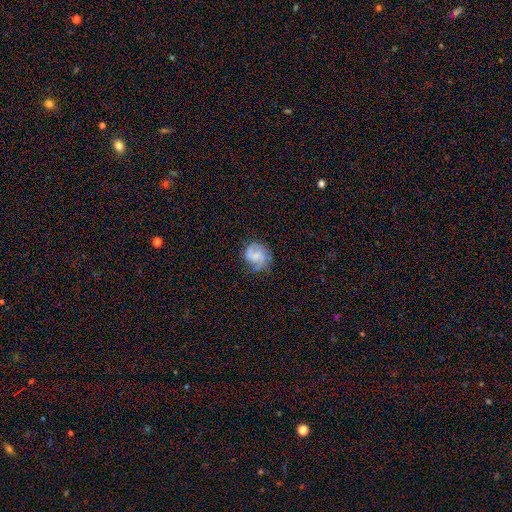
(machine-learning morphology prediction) This is likely a featured or disk galaxy (62%). It is clearly not viewed edge-on (98%). Bar: possibly no (56%). Spiral arm pattern: clearly yes (89%). Spiral arm count: possibly 2 (57%). Spiral winding: possibly medium (45%). Central bulge: possibly small (51%). Merging: likely none (64%).